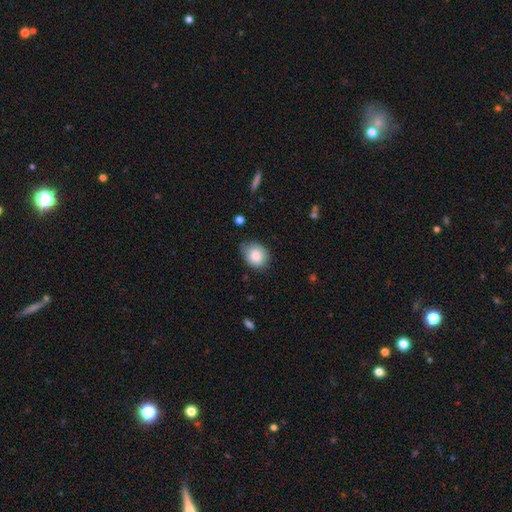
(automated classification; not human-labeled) A smooth galaxy with no disk features (84%) that is round (50%). Merging: none (63%).